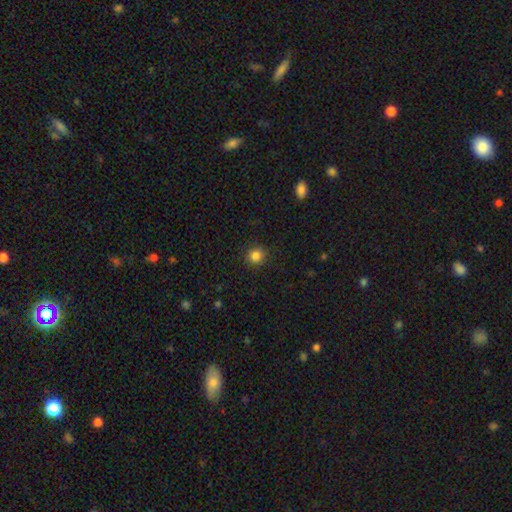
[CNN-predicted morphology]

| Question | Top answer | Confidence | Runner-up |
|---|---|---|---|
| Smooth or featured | smooth | 85% | star or artifact (11%) |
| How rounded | round | 89% | in between (10%) |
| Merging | none | 90% | minor disturbance (6%) |